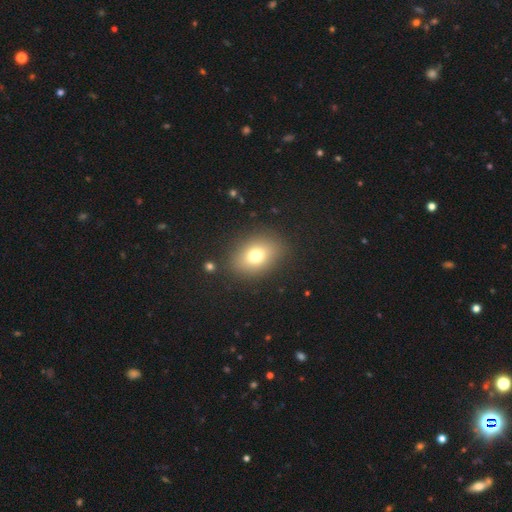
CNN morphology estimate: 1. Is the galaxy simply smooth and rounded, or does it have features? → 75% smooth, 13% featured or disk, 12% star or artifact.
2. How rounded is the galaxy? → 69% in between, 30% round, 1% cigar-shaped.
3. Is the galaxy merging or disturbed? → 85% none, 9% minor disturbance, 4% major disturbance, 2% merger.